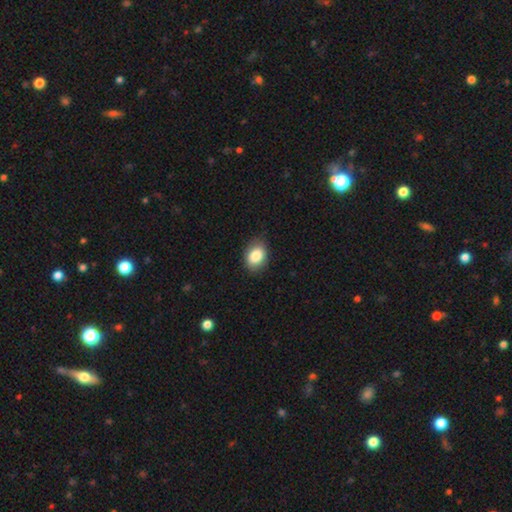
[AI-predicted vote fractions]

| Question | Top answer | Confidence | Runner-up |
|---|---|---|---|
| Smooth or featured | smooth | 85% | star or artifact (8%) |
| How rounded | in between | 74% | round (25%) |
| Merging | none | 83% | minor disturbance (14%) |